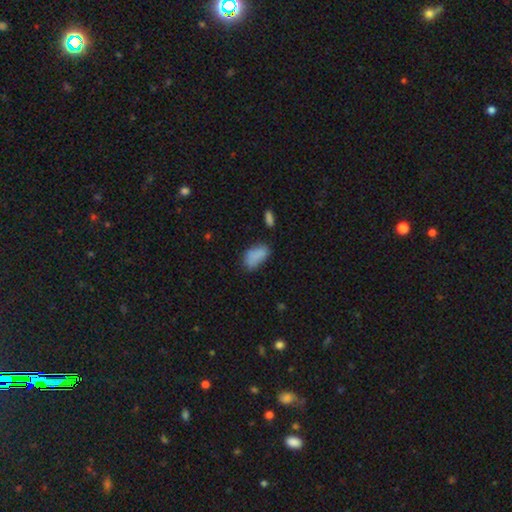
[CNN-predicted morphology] smooth 84%, star or artifact 9%, featured or disk 7%. Down the decision tree: how rounded — in between (92%); merging — none (57%).